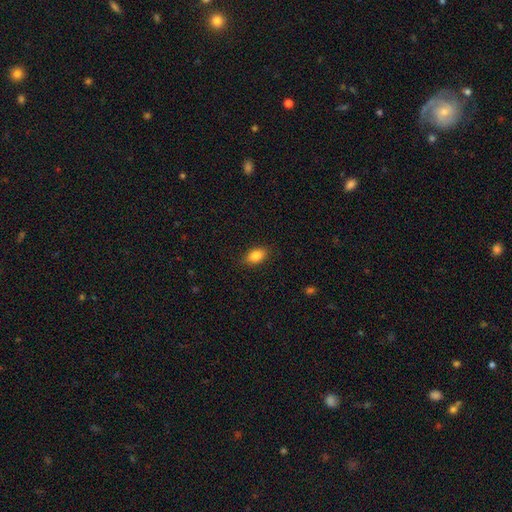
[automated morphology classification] A smooth galaxy with no disk features (85%) that is in between round and cigar-shaped (85%).

Vote fractions:
- Smooth or featured? smooth: 85% / star or artifact: 8% / featured or disk: 7%
- How rounded? in between: 85% / round: 13% / cigar-shaped: 2%
- Merging? none: 86% / minor disturbance: 10% / major disturbance: 3% / merger: 1%